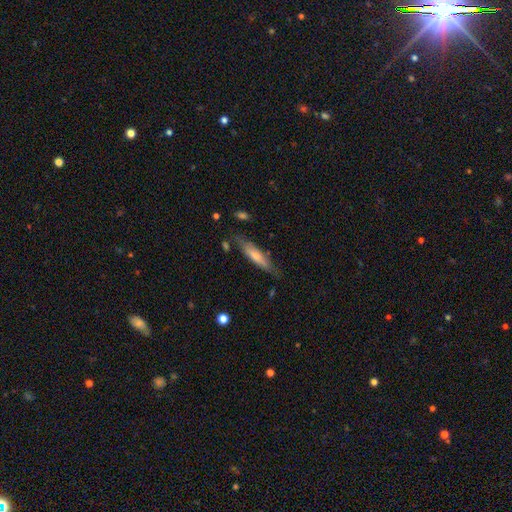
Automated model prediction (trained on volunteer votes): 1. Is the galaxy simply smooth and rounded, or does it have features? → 62% smooth, 32% featured or disk, 6% star or artifact.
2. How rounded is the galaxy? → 77% cigar-shaped, 21% in between, 1% round.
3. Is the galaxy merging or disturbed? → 72% none, 20% minor disturbance, 5% major disturbance, 3% merger.